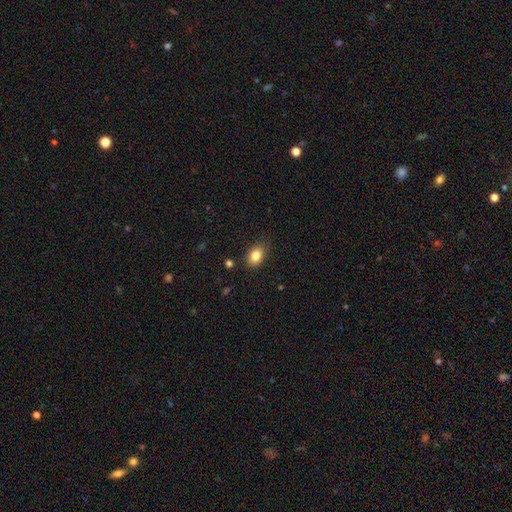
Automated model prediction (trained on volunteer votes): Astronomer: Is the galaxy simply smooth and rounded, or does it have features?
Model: smooth — 83%.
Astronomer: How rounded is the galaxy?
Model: in between — 75%.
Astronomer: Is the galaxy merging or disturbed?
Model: none — 81%.